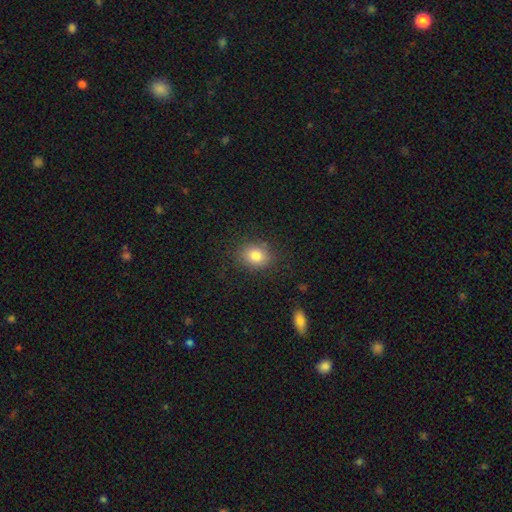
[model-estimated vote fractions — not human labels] smooth-or-featured: smooth: 82% | star or artifact: 10% | featured or disk: 8%
  how-rounded: round: 54% | in between: 45% | cigar-shaped: 1%
  merging: none: 84% | minor disturbance: 11% | major disturbance: 4% | merger: 1%